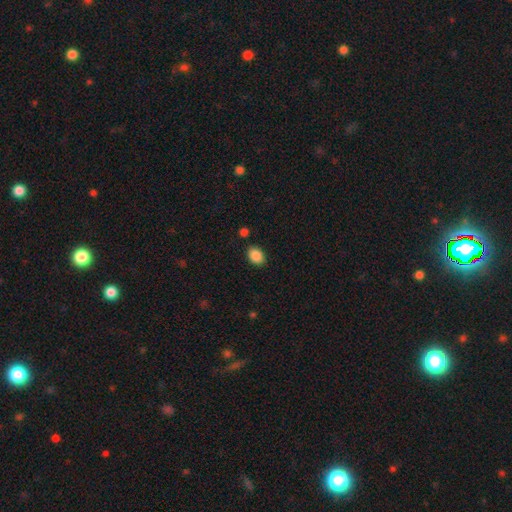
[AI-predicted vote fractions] smooth 88%, star or artifact 8%, featured or disk 4%. Down the decision tree: how rounded — in between (78%); merging — none (85%).